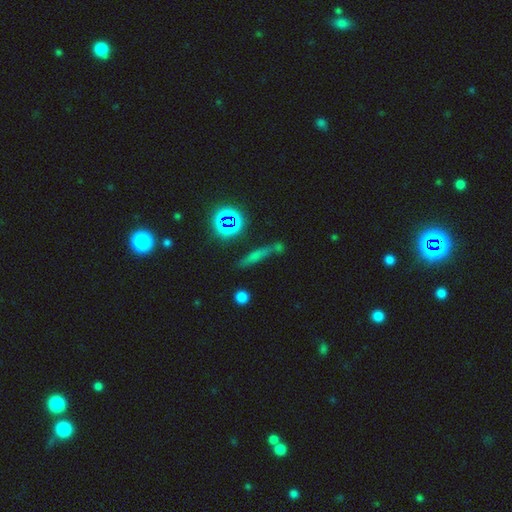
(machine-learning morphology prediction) smooth-or-featured: smooth: 52% | featured or disk: 24% | star or artifact: 23%
  how-rounded: cigar-shaped: 79% | in between: 12% | round: 8%
  merging: none: 68% | minor disturbance: 15% | merger: 11% | major disturbance: 6%